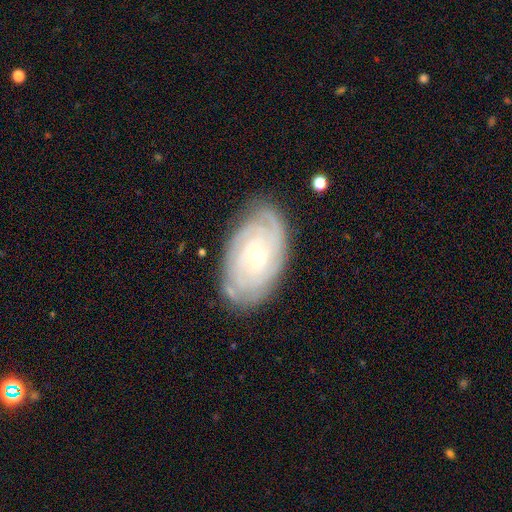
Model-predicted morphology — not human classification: smooth-or-featured: featured or disk: 82% | smooth: 12% | star or artifact: 6%
  disk-edge-on: no: 95% | yes: 5%
    bar: no: 71% | weak: 23% | strong: 6%
    has-spiral-arms: yes: 95% | no: 5%
      spiral-winding: tight: 81% | medium: 15% | loose: 4%
      spiral-arm-count: can't tell: 40% | 4: 19% | 3: 16% | 2: 11% | more than 4: 9% | 1: 5%
    bulge-size: small: 60% | moderate: 37% | large: 1% | none: 1% | dominant: 1%
  merging: none: 80% | minor disturbance: 15% | major disturbance: 4% | merger: 1%